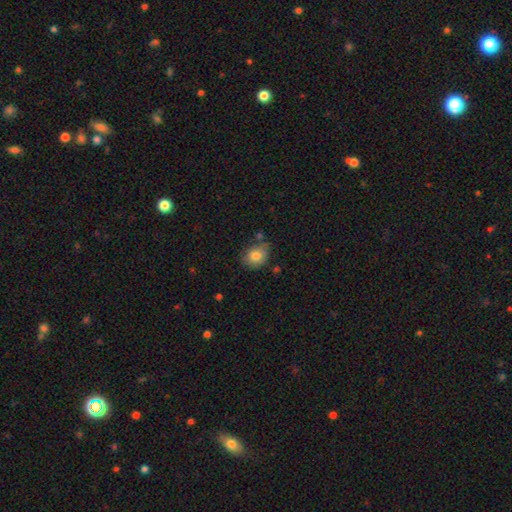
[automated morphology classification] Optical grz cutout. It shows a smooth galaxy with no disk features (81%) that is round (50%). Merging: none (70%).